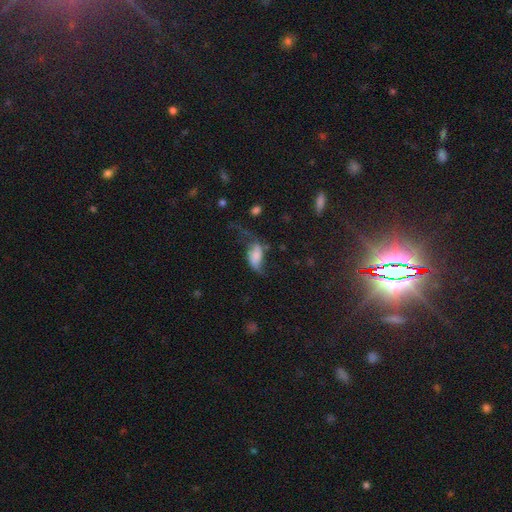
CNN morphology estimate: Smooth or featured?
  - featured or disk: 49% *
  - smooth: 41%
  - star or artifact: 10%
Merging?
  - major disturbance: 36% * (tied)
  - none: 36% * (tied)
  - minor disturbance: 22%
  - merger: 6%